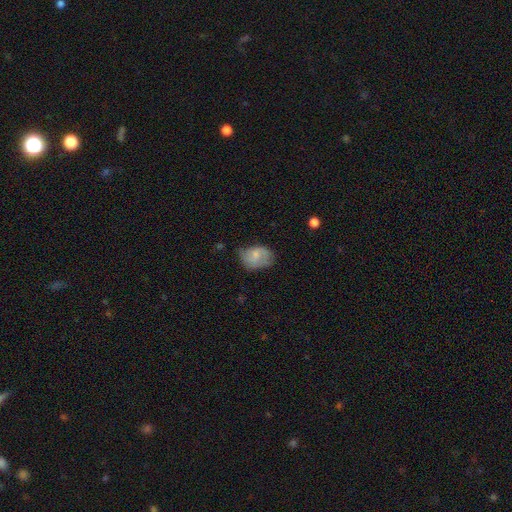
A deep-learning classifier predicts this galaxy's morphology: Smooth or featured? Predicted: smooth (p=0.60). How rounded? Predicted: in between (p=0.70). Merging? Predicted: none (p=0.47).